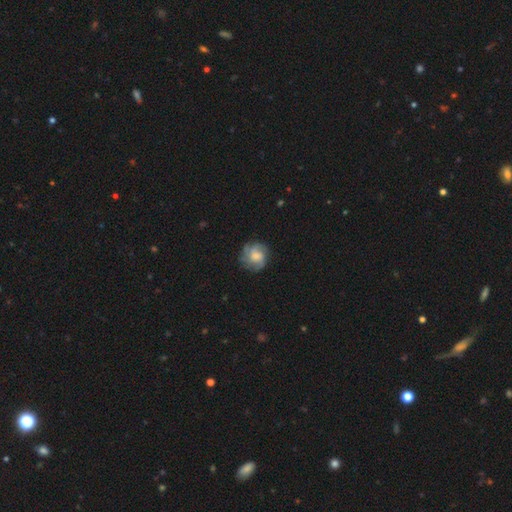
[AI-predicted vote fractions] Morphology: type=featured or disk (57%); edge-on=no (97%); bar=no (67%); spiral arms=yes (89%); bulge=moderate (44%); merging=none (74%).